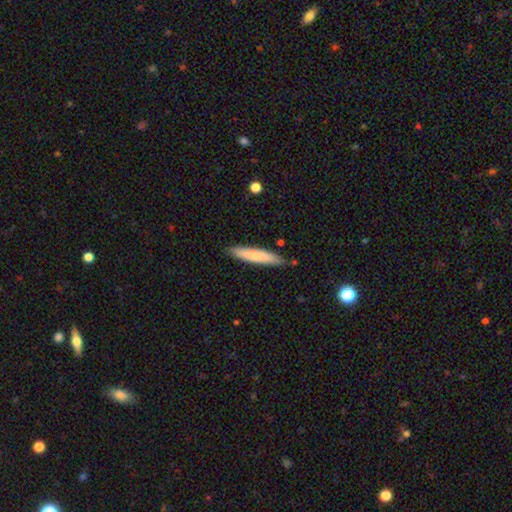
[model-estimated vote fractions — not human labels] Smooth or featured?
  - smooth: 74% *
  - featured or disk: 21%
  - star or artifact: 6%
How rounded?
  - cigar-shaped: 88% *
  - in between: 10%
  - round: 1%
Merging?
  - none: 84% *
  - minor disturbance: 12%
  - merger: 2%
  - major disturbance: 2%